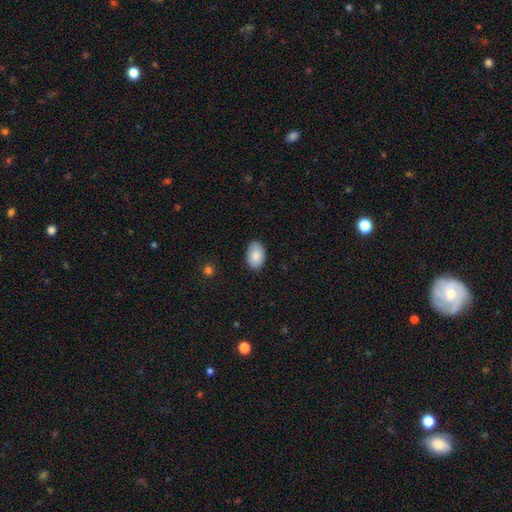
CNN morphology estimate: This appears to be a smooth galaxy with no disk features (87%) that is in between round and cigar-shaped (90%). Merging: none (87%).